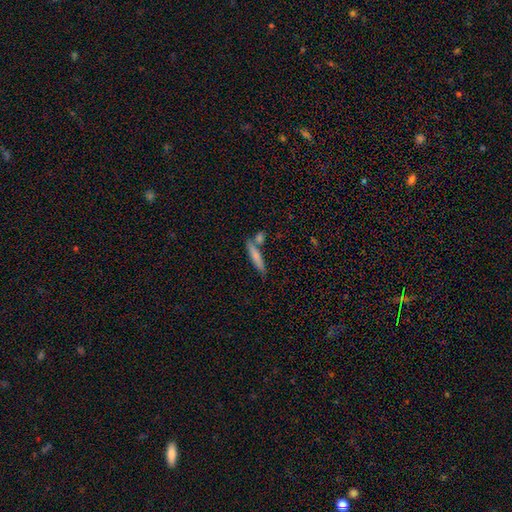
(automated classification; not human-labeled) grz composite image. It shows a smooth galaxy with no disk features (75%) that is cigar-shaped (86%). Merging: none (66%).